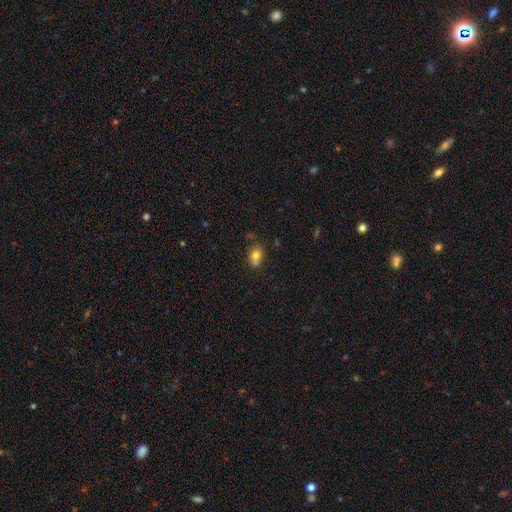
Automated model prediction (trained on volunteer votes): Smooth or featured: smooth — 75% (featured or disk — 14%)
How rounded: round — 60% (in between — 39%)
Merging: none — 43% (merger — 41%)